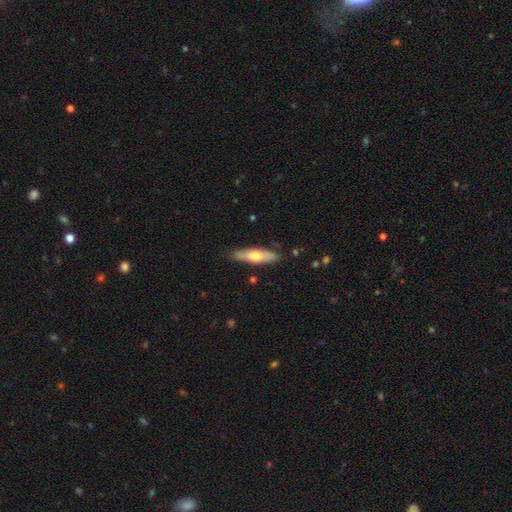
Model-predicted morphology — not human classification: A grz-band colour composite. It shows a smooth galaxy with no disk features (57%) that is cigar-shaped (66%). Merging: none (84%).